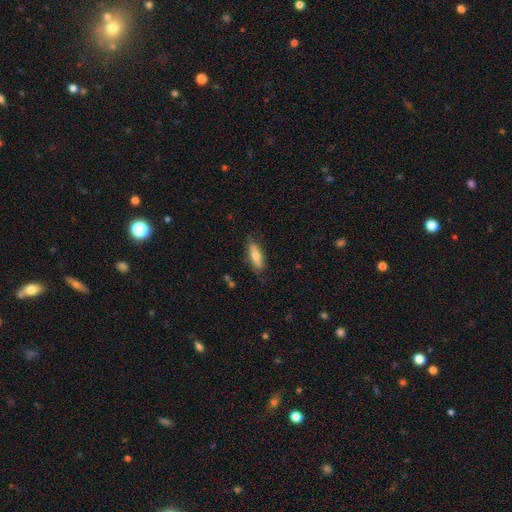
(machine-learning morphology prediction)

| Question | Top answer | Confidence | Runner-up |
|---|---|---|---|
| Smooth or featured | smooth | 70% | featured or disk (24%) |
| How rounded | in between | 60% | cigar-shaped (38%) |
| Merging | none | 75% | minor disturbance (18%) |